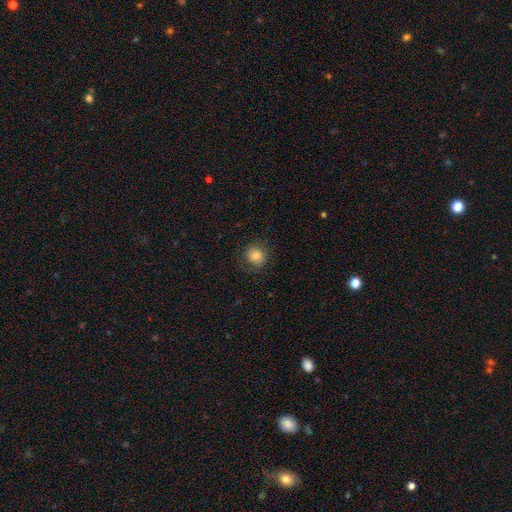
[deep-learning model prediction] Overall: smooth (80%). How rounded: round (83%). Merging: none (77%).